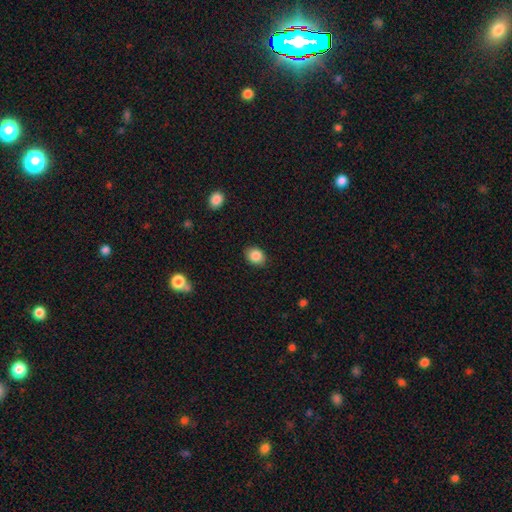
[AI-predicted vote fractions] Overall: smooth (86%). How rounded: in between (51%; round 48%). Merging: none (87%).